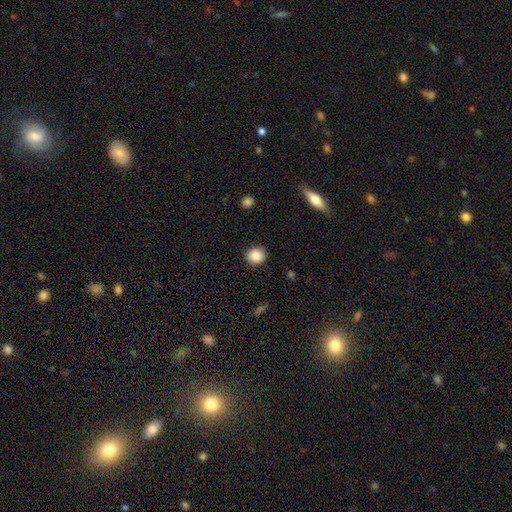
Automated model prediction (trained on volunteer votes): smooth 88%, star or artifact 8%, featured or disk 4%. Down the decision tree: how rounded — round (81%); merging — none (89%).